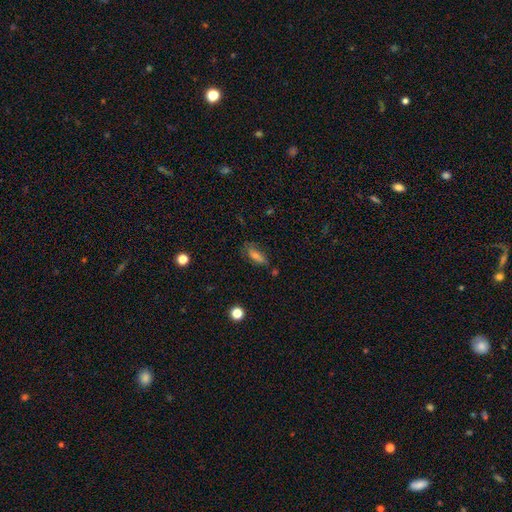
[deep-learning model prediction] smooth 51%, featured or disk 33%, star or artifact 16%. Down the decision tree: how rounded — in between (65%); merging — none (68%).